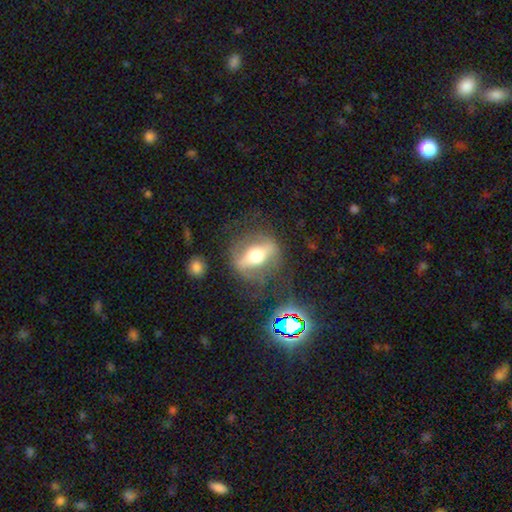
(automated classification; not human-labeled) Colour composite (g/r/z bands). It shows a featured or disk galaxy (73%). Merging: none (73%).